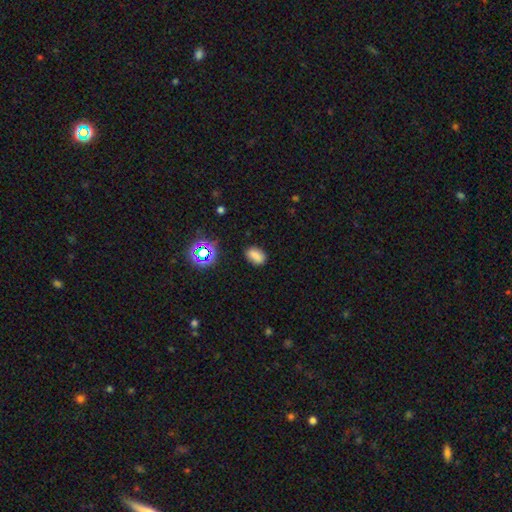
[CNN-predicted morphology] type=smooth (76%); roundness=in between (83%); merging=none (82%).